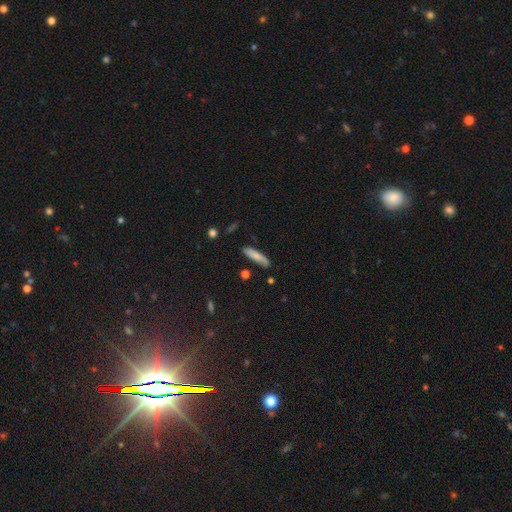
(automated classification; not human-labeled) Overall: smooth (73%). How rounded: cigar-shaped (81%). Merging: none (75%).